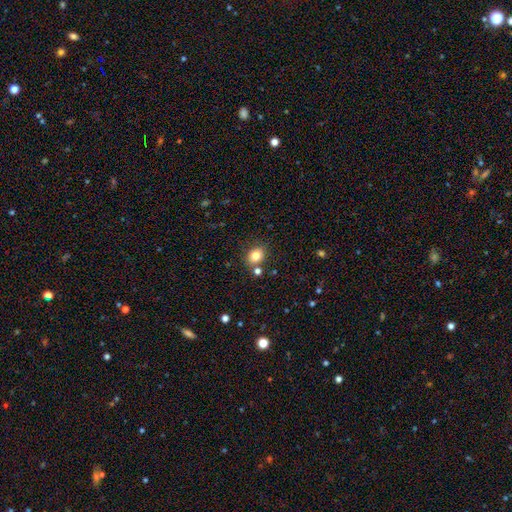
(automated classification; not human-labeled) This appears to be a smooth galaxy with no disk features (80%) that is round (51%). Merging: none (77%).